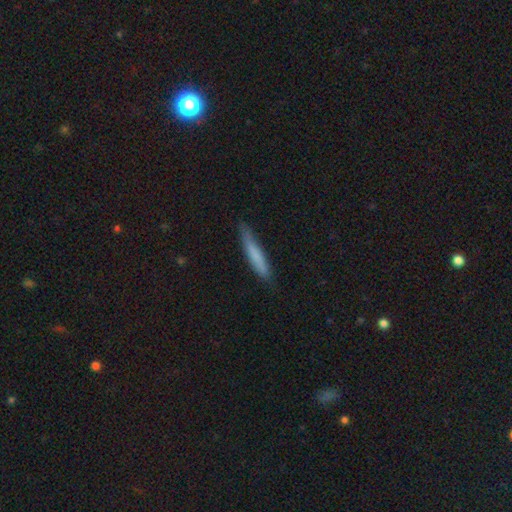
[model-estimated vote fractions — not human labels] smooth_or_featured: smooth (p=0.75) [alt: featured or disk p=0.20]
how_rounded: cigar-shaped (p=0.93) [alt: in between p=0.06]
merging: none (p=0.78) [alt: minor disturbance p=0.18]